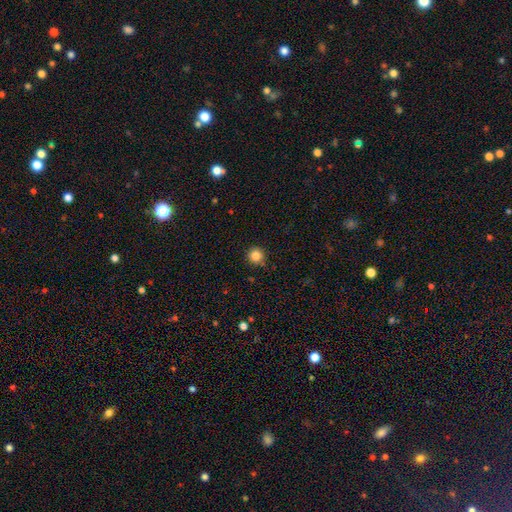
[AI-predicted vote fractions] A smooth galaxy with no disk features (85%) that is round (95%).

Vote fractions:
- Smooth or featured? smooth: 85% / star or artifact: 11% / featured or disk: 4%
- How rounded? round: 95% / in between: 4% / cigar-shaped: 1%
- Merging? none: 89% / minor disturbance: 8% / major disturbance: 2% / merger: 1%